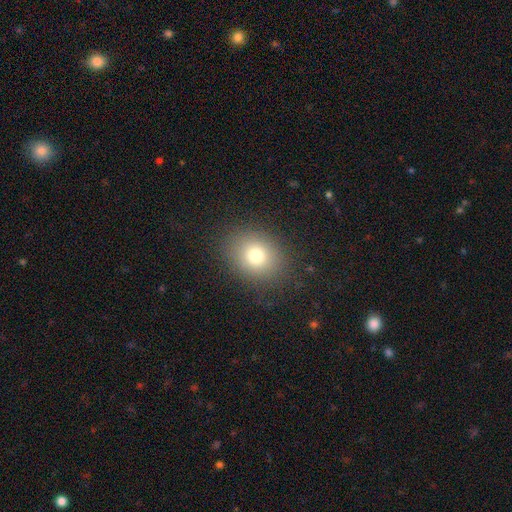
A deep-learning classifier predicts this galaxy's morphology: This appears to be a smooth galaxy with no disk features (75%) that is round (58%). Merging: none (85%).